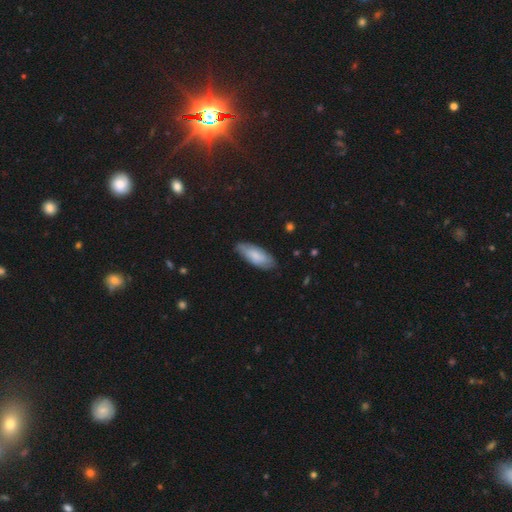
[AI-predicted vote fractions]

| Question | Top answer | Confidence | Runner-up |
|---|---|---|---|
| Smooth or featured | smooth | 75% | featured or disk (19%) |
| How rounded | in between | 78% | cigar-shaped (20%) |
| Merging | none | 76% | minor disturbance (20%) |